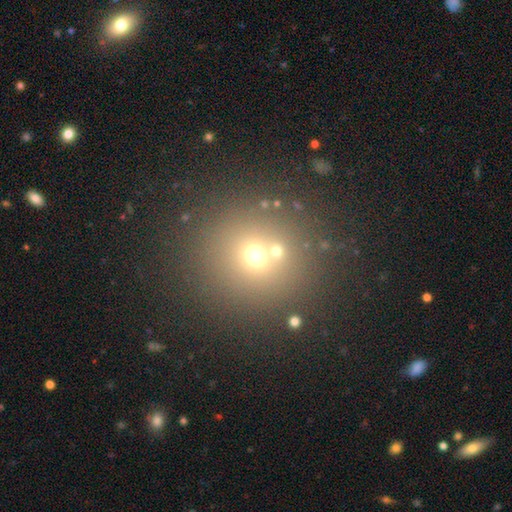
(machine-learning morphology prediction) smooth_or_featured: smooth (p=0.61) [alt: star or artifact p=0.26]
how_rounded: round (p=0.91) [alt: in between p=0.08]
merging: none (p=0.71) [alt: merger p=0.18]